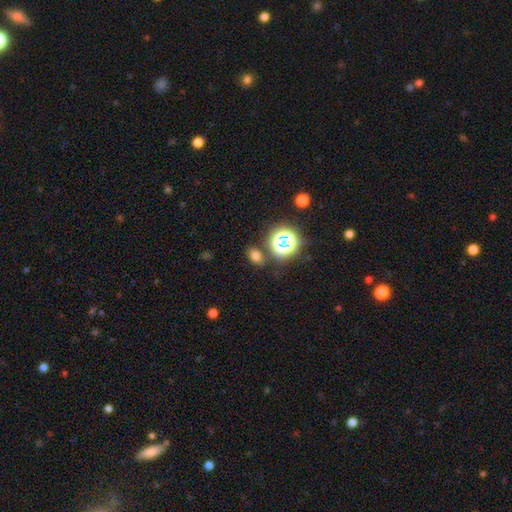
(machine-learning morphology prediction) A smooth galaxy with no disk features (65%) that is in between round and cigar-shaped (74%).

Vote fractions:
- Smooth or featured? smooth: 65% / star or artifact: 27% / featured or disk: 8%
- How rounded? in between: 74% / round: 25% / cigar-shaped: 2%
- Merging? none: 78% / minor disturbance: 11% / merger: 7% / major disturbance: 4%